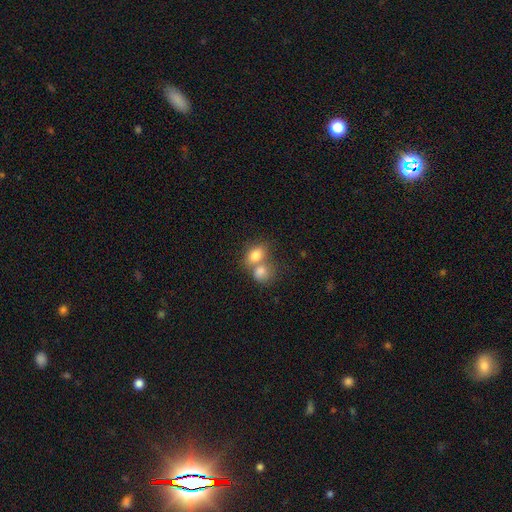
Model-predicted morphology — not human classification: This is likely a smooth galaxy (79%). How rounded: likely in between (69%). Merging: possibly merger (58%).